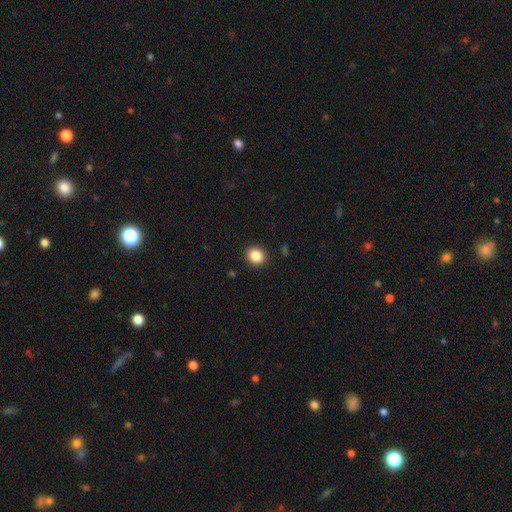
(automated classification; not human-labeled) Smooth or featured? smooth (86%)
How rounded? round (72%)
Merging? none (91%)